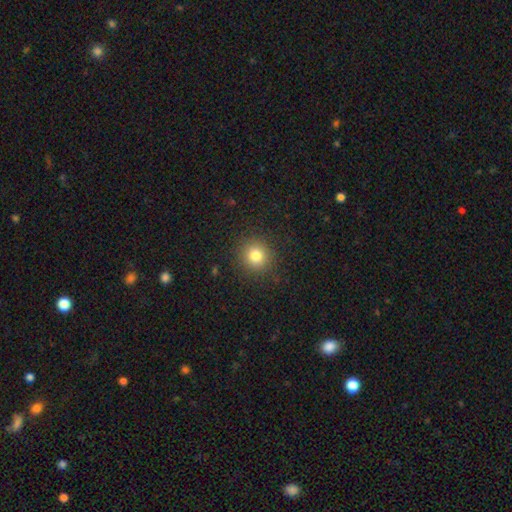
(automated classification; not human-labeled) The model was most divided on "smooth or featured": smooth: 80%, star or artifact: 13%, featured or disk: 7%. More confident: how rounded — round (91%); merging — none (89%).